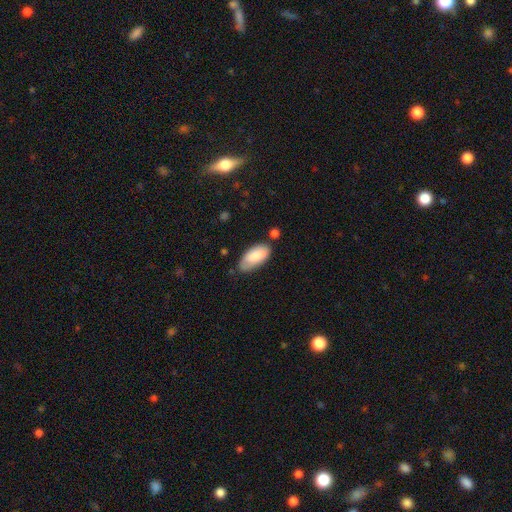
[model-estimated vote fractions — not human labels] Smooth or featured?
  - smooth: 84% *
  - featured or disk: 10%
  - star or artifact: 6%
How rounded?
  - in between: 91% *
  - cigar-shaped: 7%
  - round: 2%
Merging?
  - none: 64% *
  - minor disturbance: 25%
  - major disturbance: 6%
  - merger: 5%